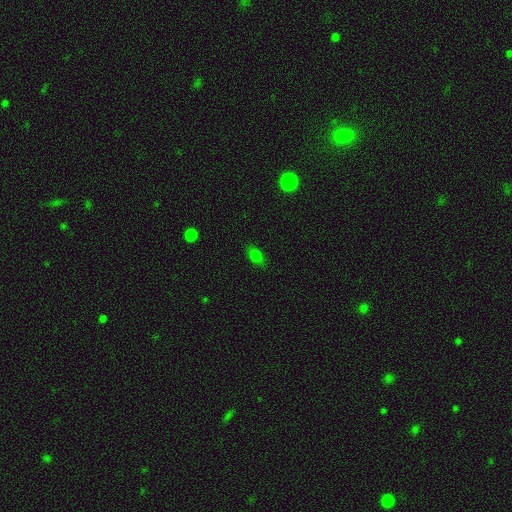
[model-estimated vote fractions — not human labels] Overall: smooth (74%). How rounded: in between (77%). Merging: none (82%).